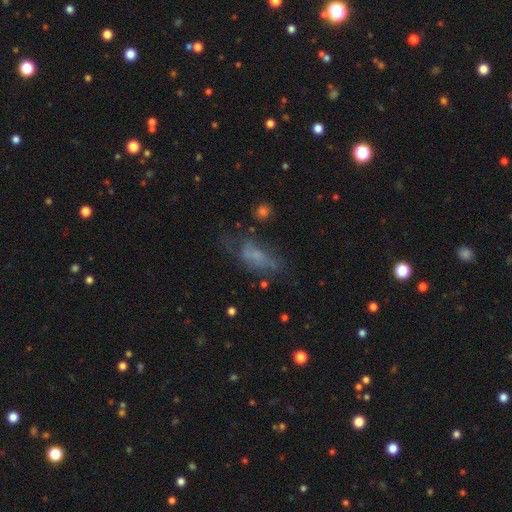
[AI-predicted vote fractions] smooth_or_featured: smooth (p=0.49) [alt: featured or disk p=0.35]
merging: none (p=0.37) [alt: major disturbance p=0.31]